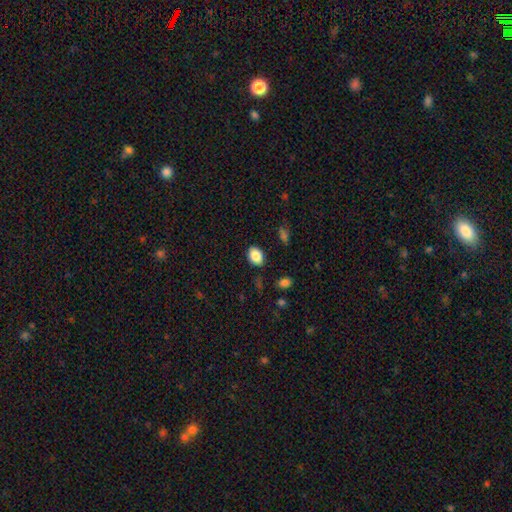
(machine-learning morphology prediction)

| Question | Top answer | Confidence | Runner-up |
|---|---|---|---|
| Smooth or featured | smooth | 87% | star or artifact (8%) |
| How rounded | in between | 75% | round (24%) |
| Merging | none | 84% | minor disturbance (11%) |